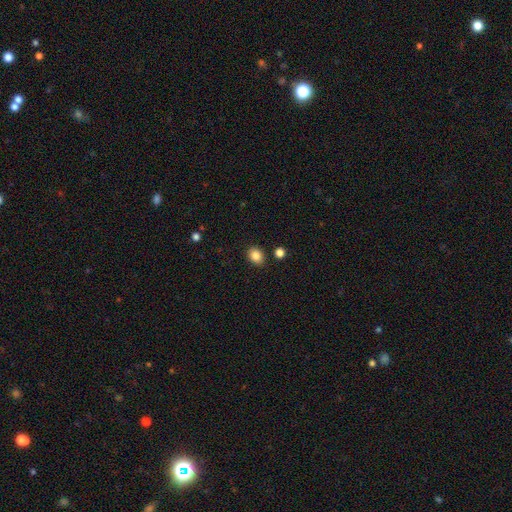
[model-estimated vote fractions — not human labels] smooth-or-featured: smooth: 85% | star or artifact: 10% | featured or disk: 5%
  how-rounded: round: 53% | in between: 46% | cigar-shaped: 1%
  merging: none: 87% | minor disturbance: 8% | merger: 3% | major disturbance: 2%